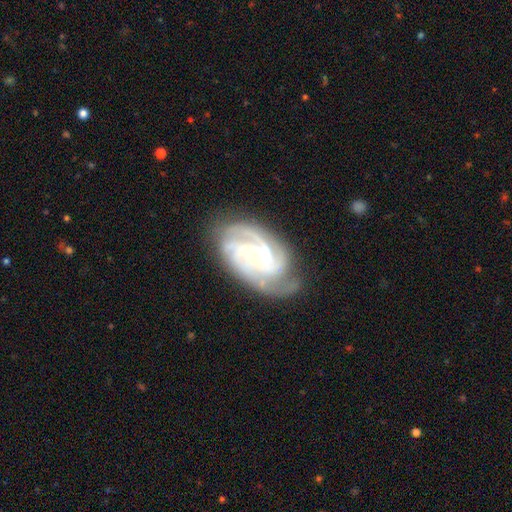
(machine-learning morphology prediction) Smooth or featured? Predicted: featured or disk (p=0.92). Edge-on disk? Predicted: no (p=0.98). Bar? Predicted: no (p=0.67). Spiral arms? Predicted: yes (p=0.99). Spiral winding? Predicted: tight (p=0.70). Spiral arm count? Predicted: 3 (p=0.55). Bulge size? Predicted: small (p=0.65). Merging? Predicted: none (p=0.77).